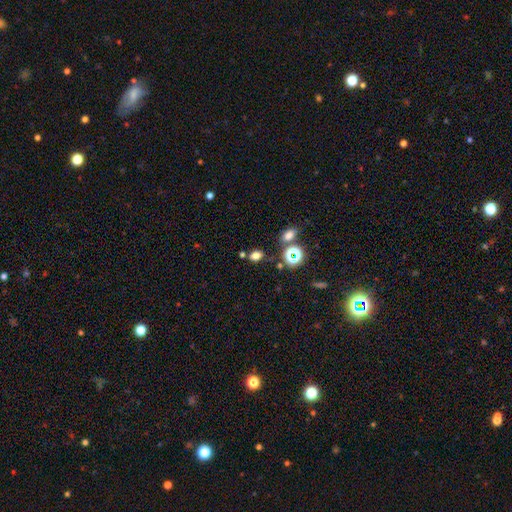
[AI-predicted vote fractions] Morphology: type=smooth (70%); roundness=in between (70%); merging=none (75%).